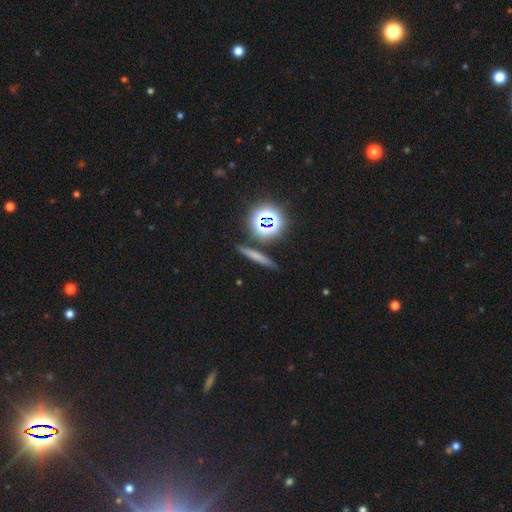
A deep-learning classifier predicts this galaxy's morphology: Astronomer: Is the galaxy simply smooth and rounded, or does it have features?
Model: smooth — 58%.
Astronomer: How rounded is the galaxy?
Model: cigar-shaped — 82%.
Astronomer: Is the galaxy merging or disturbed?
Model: none — 85%.